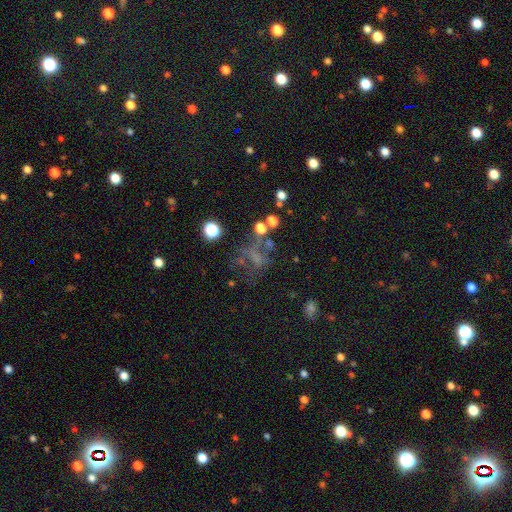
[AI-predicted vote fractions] A star or artifact, not a galaxy (37%).

Vote fractions:
- Smooth or featured? star or artifact: 37% / featured or disk: 32% / smooth: 31%